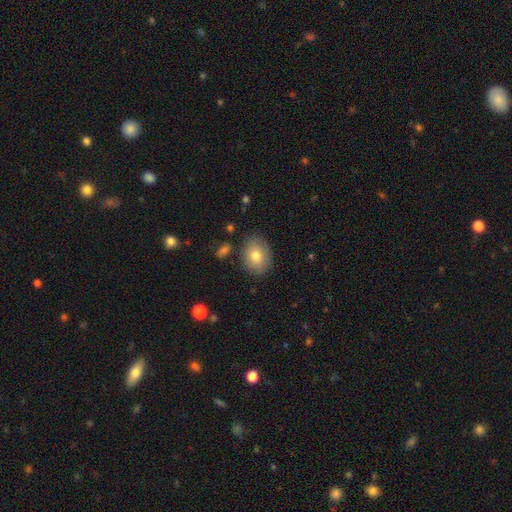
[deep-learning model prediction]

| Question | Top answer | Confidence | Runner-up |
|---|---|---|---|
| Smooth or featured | smooth | 79% | featured or disk (13%) |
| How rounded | in between | 54% | round (45%) |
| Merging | none | 83% | minor disturbance (11%) |